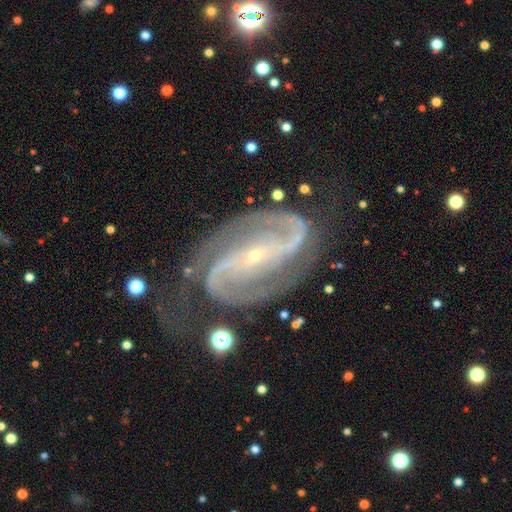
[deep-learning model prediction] Smooth or featured: featured or disk — 93% (star or artifact — 5%)
Edge-on disk: no — 97% (yes — 3%)
Bar: strong — 47% (no — 30%)
Spiral arms: yes — 98% (no — 2%)
Spiral winding: medium — 53% (tight — 31%)
Spiral arm count: 2 — 87% (3 — 4%)
Bulge size: small — 87% (moderate — 10%)
Merging: none — 68% (minor disturbance — 19%)